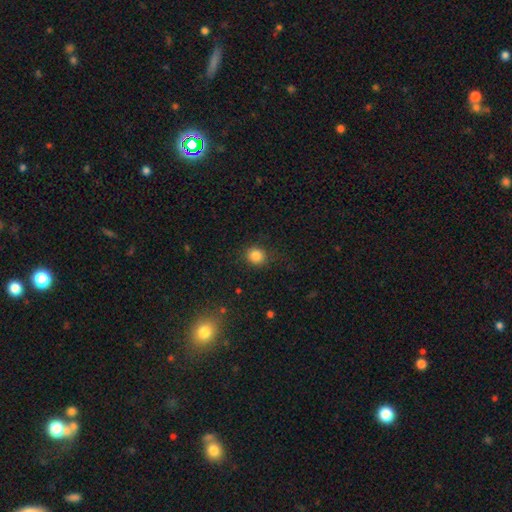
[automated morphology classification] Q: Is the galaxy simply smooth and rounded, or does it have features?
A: smooth — 85%.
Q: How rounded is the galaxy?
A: round — 80%.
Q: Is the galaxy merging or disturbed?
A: none — 85%.